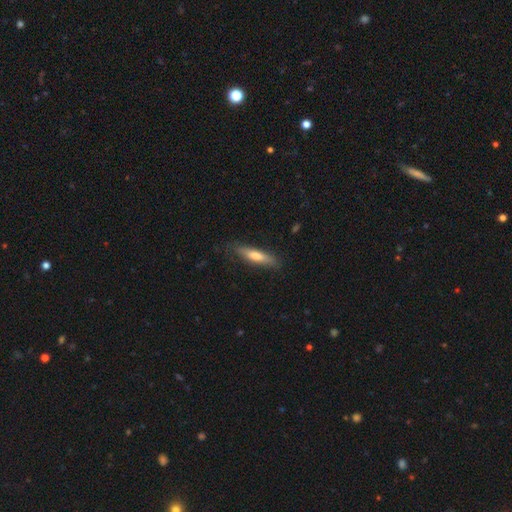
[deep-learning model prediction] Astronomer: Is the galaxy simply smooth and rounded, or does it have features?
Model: smooth — 65%.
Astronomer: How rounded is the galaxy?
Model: cigar-shaped — 76%.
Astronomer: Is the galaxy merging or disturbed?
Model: none — 78%.